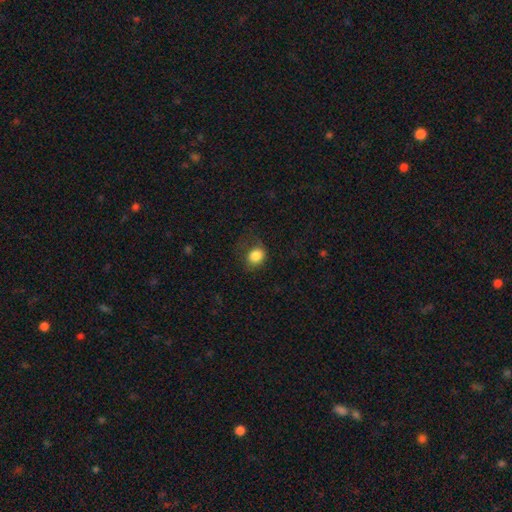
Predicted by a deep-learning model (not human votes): This is clearly a smooth galaxy (85%). How rounded: likely round (61%). Merging: possibly none (57%).